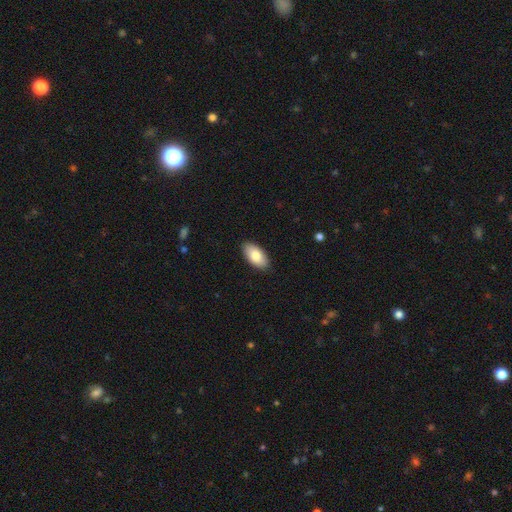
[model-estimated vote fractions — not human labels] smooth_or_featured: smooth (p=0.82) [alt: featured or disk p=0.12]
how_rounded: in between (p=0.95) [alt: cigar-shaped p=0.03]
merging: none (p=0.89) [alt: minor disturbance p=0.08]